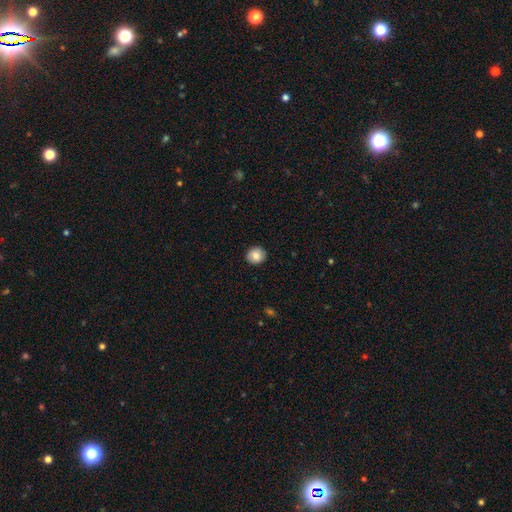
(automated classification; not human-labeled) Smooth or featured? Predicted: smooth (p=0.83). How rounded? Predicted: round (p=0.85). Merging? Predicted: none (p=0.90).